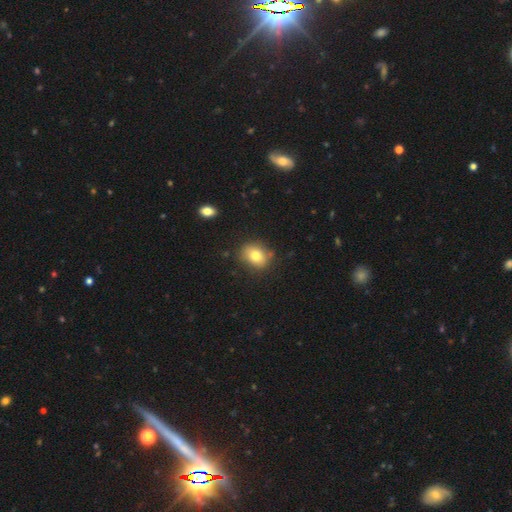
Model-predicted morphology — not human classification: Smooth or featured: smooth — 78% (featured or disk — 12%)
How rounded: in between — 59% (round — 40%)
Merging: none — 79% (minor disturbance — 14%)